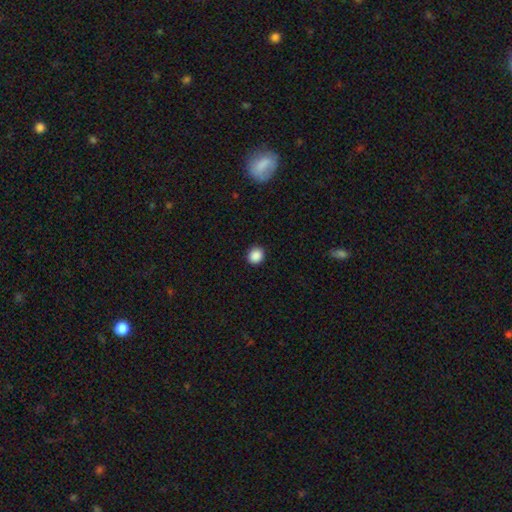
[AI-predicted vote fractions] smooth 89%, star or artifact 9%, featured or disk 2%. Down the decision tree: how rounded — round (81%); merging — none (91%).